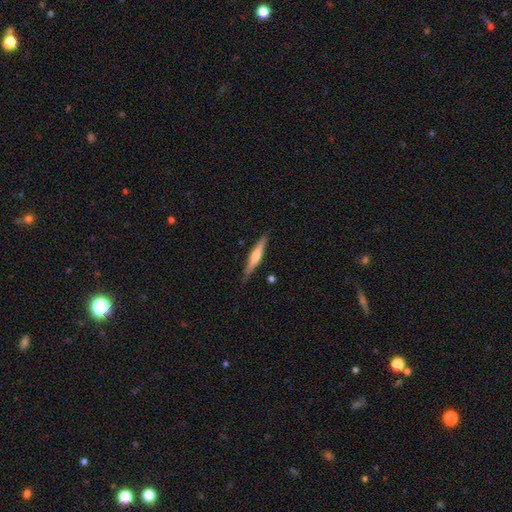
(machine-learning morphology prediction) This appears to be a featured or disk galaxy (54%) viewed edge-on (96%) with a rounded central bulge (79%). Merging: none (87%).